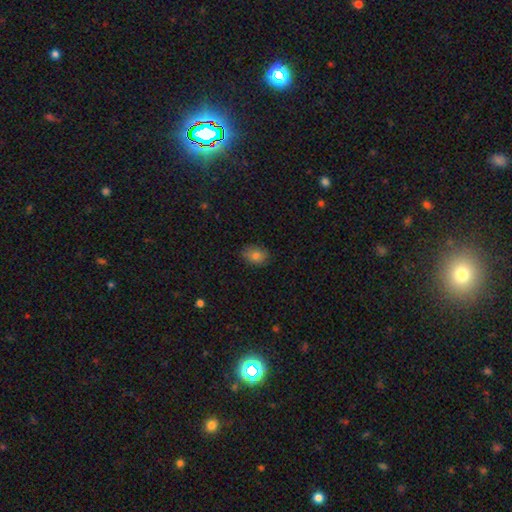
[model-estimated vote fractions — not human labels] Morphology: type=smooth (80%); roundness=in between (69%); merging=none (81%).